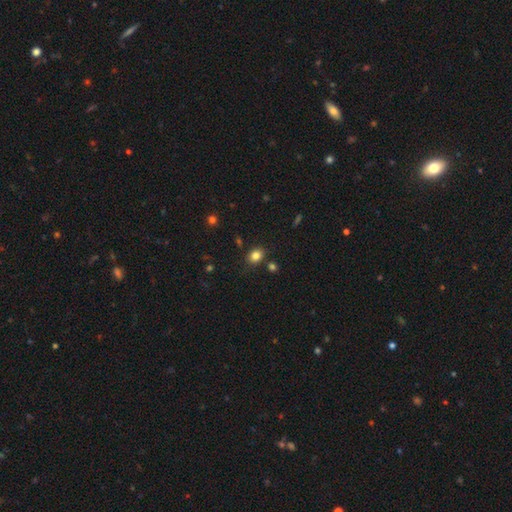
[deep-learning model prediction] The model was most divided on "how rounded": in between: 56%, round: 43%, cigar-shaped: 1%. More confident: smooth or featured — smooth (82%); merging — none (82%).